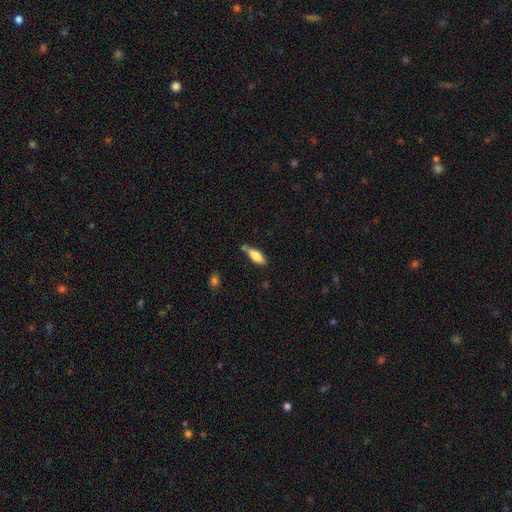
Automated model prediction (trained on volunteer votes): Smooth or featured? Predicted: smooth (p=0.79). How rounded? Predicted: in between (p=0.66). Merging? Predicted: none (p=0.61).